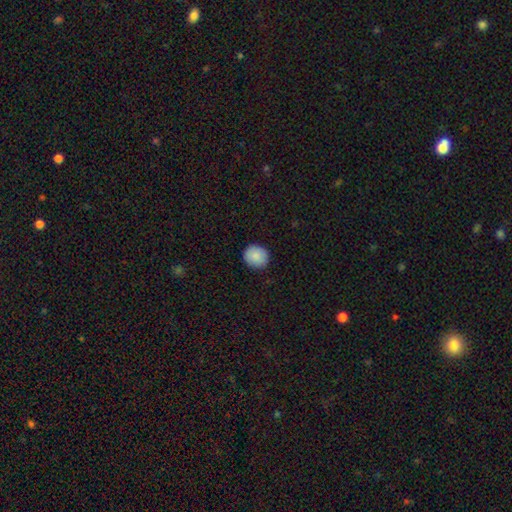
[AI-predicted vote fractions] Smooth or featured: smooth — 88% (star or artifact — 8%)
How rounded: round — 83% (in between — 16%)
Merging: none — 90% (minor disturbance — 8%)